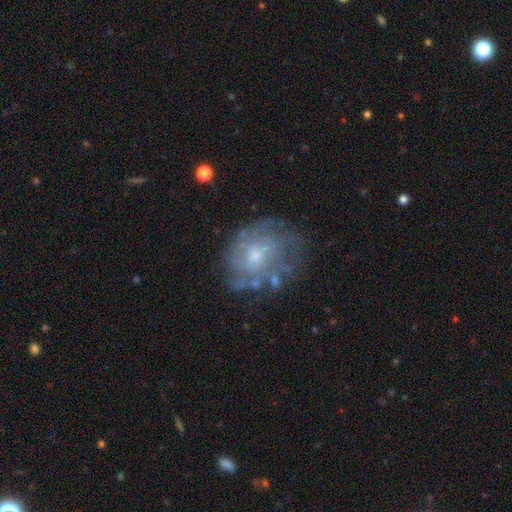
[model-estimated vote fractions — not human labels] This appears to be a featured or disk galaxy (68%) with no bar (72%), spiral arms (63%) and a small central bulge (47%). Merging: none (62%).